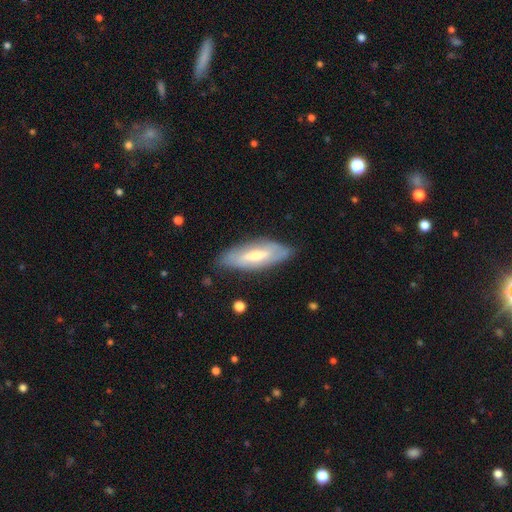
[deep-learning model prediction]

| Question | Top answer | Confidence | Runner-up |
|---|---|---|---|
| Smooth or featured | featured or disk | 54% | smooth (37%) |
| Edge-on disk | no | 62% | yes (38%) |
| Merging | none | 83% | minor disturbance (13%) |